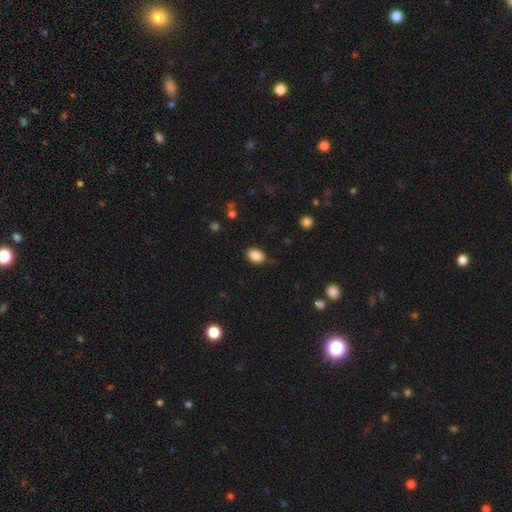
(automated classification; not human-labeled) A smooth galaxy with no disk features (87%) that is in between round and cigar-shaped (88%). Merging: none (80%).